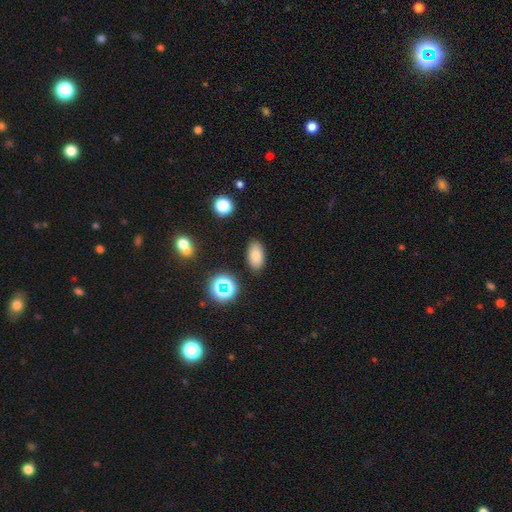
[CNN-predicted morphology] This appears to be a smooth galaxy with no disk features (81%) that is in between round and cigar-shaped (91%). Merging: none (86%).